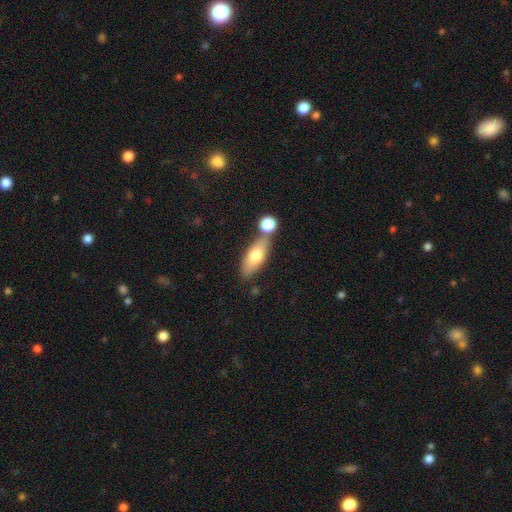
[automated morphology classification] smooth 71%, featured or disk 23%, star or artifact 6%. Down the decision tree: how rounded — in between (74%); merging — none (56%).